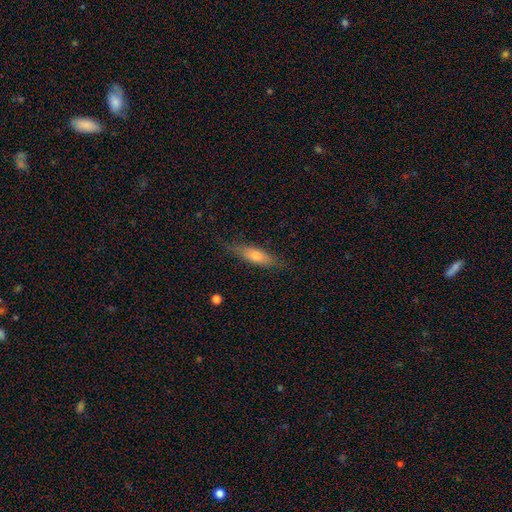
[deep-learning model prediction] The model was most divided on "smooth or featured": smooth: 57%, featured or disk: 36%, star or artifact: 7%. More confident: merging — none (80%); how rounded — cigar-shaped (68%).